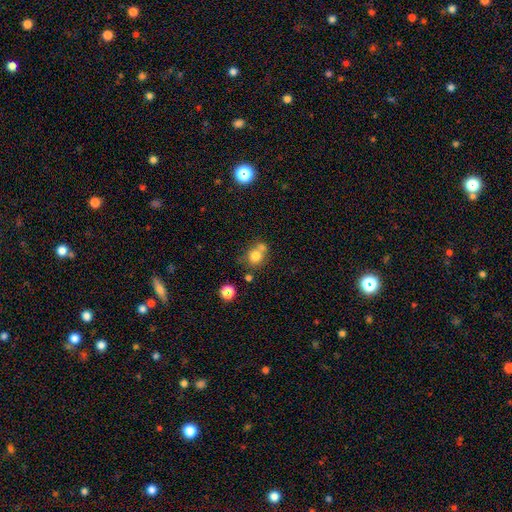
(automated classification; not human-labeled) A smooth galaxy with no disk features (75%) that is round (77%).

Vote fractions:
- Smooth or featured? smooth: 75% / star or artifact: 13% / featured or disk: 12%
- How rounded? round: 77% / in between: 22% / cigar-shaped: 1%
- Merging? none: 47% / merger: 36% / minor disturbance: 11% / major disturbance: 5%